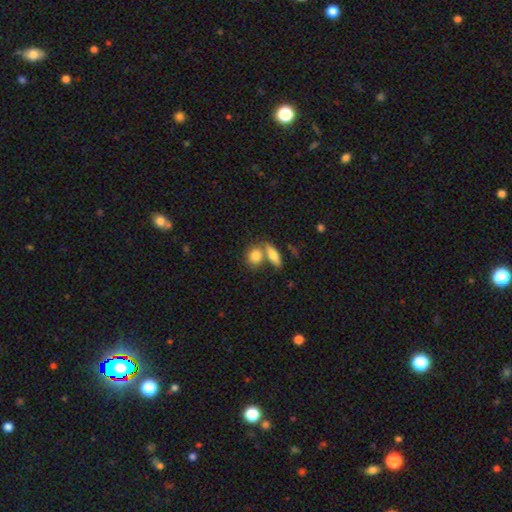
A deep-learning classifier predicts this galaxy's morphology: A smooth galaxy with no disk features (81%) that is in between round and cigar-shaped (47%). Merging: none (48%).